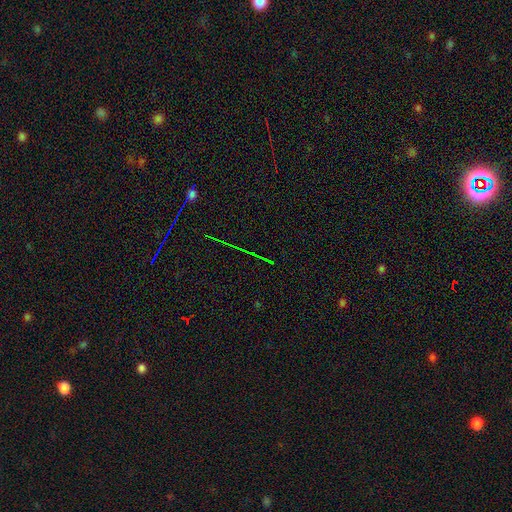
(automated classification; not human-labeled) Smooth or featured? star or artifact (76%)